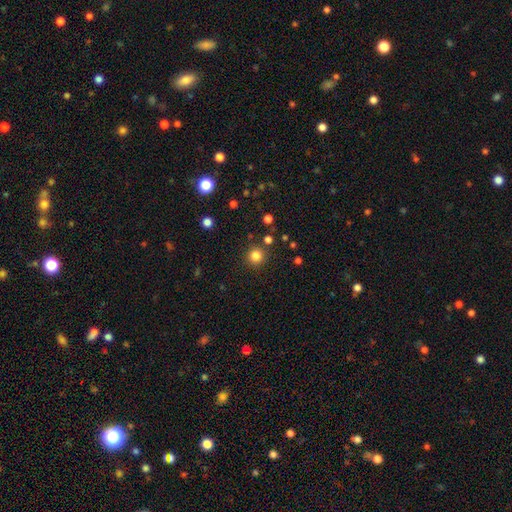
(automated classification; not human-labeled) Smooth or featured? Predicted: smooth (p=0.82). How rounded? Predicted: round (p=0.95). Merging? Predicted: none (p=0.87).